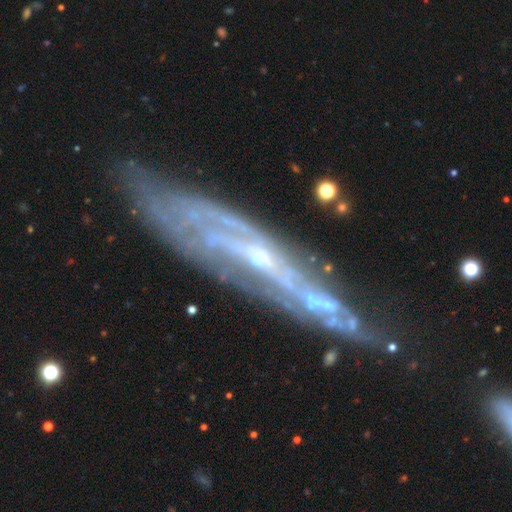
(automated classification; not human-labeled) Morphology: type=featured or disk (82%); edge-on=no (55%); merging=none (65%).